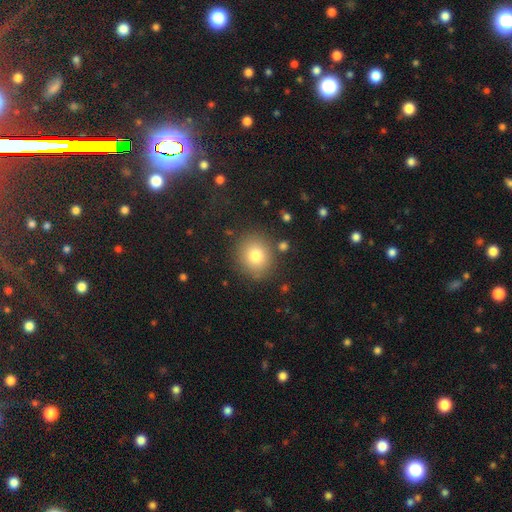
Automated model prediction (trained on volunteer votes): smooth_or_featured: smooth (p=0.78) [alt: star or artifact p=0.12]
how_rounded: round (p=0.80) [alt: in between p=0.19]
merging: none (p=0.84) [alt: minor disturbance p=0.09]